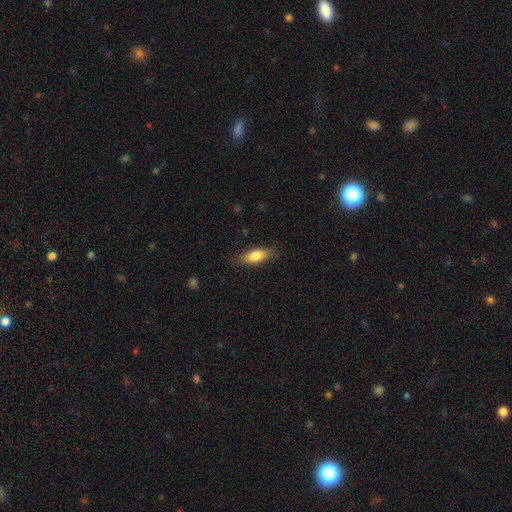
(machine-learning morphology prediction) The model was most divided on "how rounded": in between: 69%, cigar-shaped: 28%, round: 2%. More confident: merging — none (82%); smooth or featured — smooth (79%).